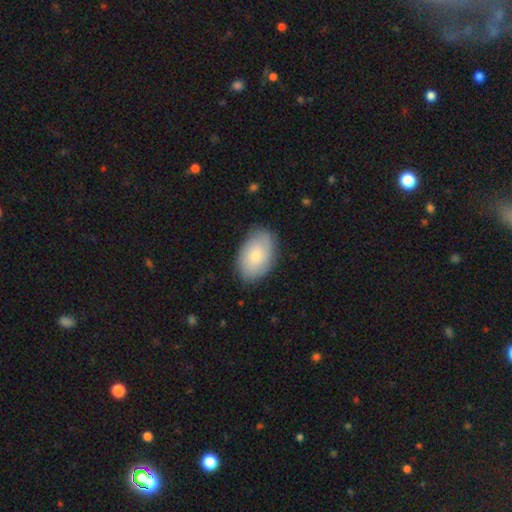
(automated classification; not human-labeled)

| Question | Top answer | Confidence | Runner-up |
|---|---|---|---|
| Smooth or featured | smooth | 75% | featured or disk (19%) |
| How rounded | in between | 90% | round (9%) |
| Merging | none | 83% | minor disturbance (13%) |